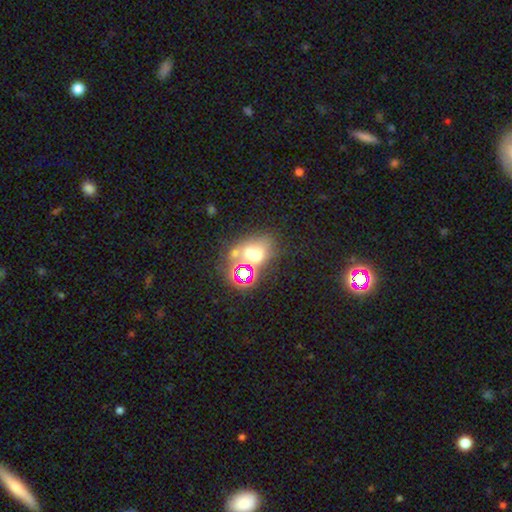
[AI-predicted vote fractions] smooth-or-featured: star or artifact: 39% | smooth: 38% | featured or disk: 22%